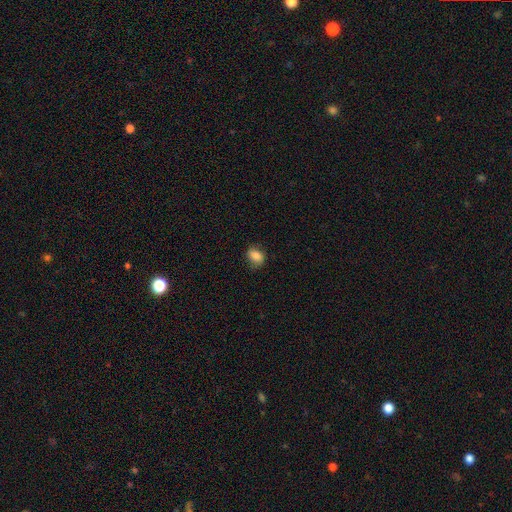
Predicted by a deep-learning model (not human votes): smooth 82%, featured or disk 9%, star or artifact 9%. Down the decision tree: how rounded — in between (68%); merging — none (73%).